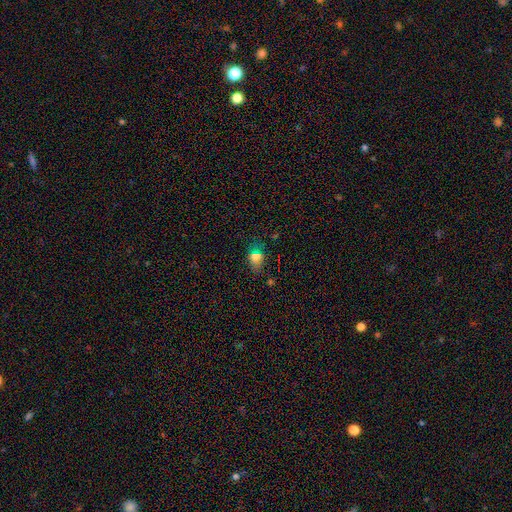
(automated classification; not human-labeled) Smooth or featured: smooth — 70% (star or artifact — 19%)
How rounded: in between — 77% (round — 20%)
Merging: none — 72% (minor disturbance — 19%)